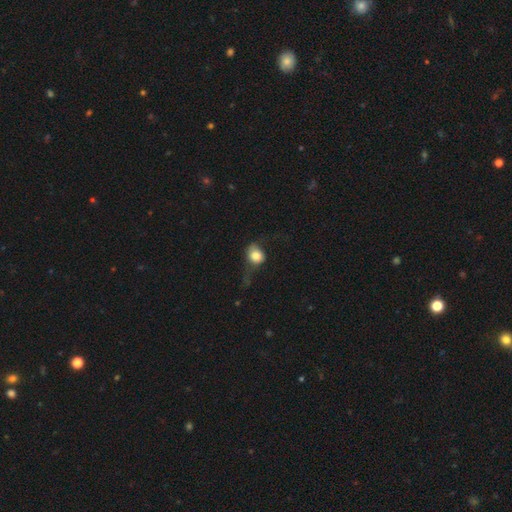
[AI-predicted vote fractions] This is likely a smooth galaxy (72%). How rounded: likely round (62%). Merging: marginally major disturbance (36%).